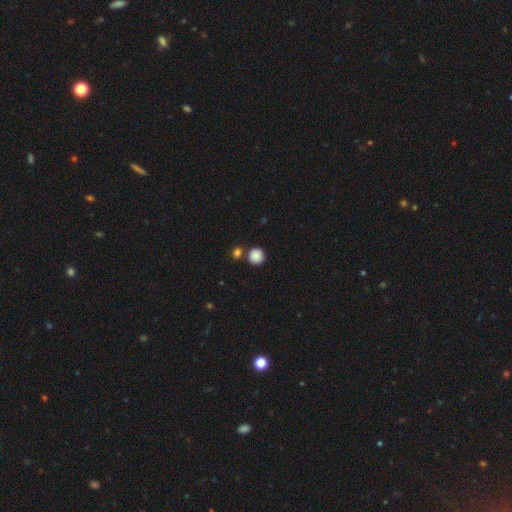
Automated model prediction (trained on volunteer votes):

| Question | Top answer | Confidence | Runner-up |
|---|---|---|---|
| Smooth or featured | smooth | 88% | star or artifact (9%) |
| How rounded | round | 93% | in between (6%) |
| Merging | none | 77% | merger (12%) |